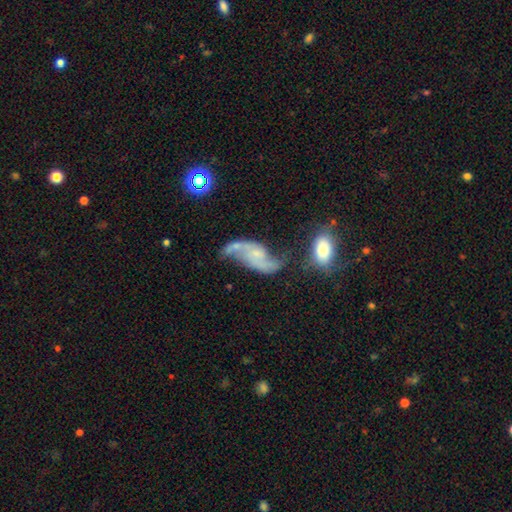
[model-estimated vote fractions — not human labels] Smooth or featured: featured or disk — 79% (smooth — 13%)
Edge-on disk: no — 95% (yes — 5%)
Bar: no — 63% (weak — 29%)
Spiral arms: yes — 90% (no — 10%)
Spiral winding: loose — 84% (medium — 12%)
Spiral arm count: 2 — 91% (1 — 3%)
Bulge size: small — 52% (none — 31%)
Merging: none — 38% (minor disturbance — 21%)